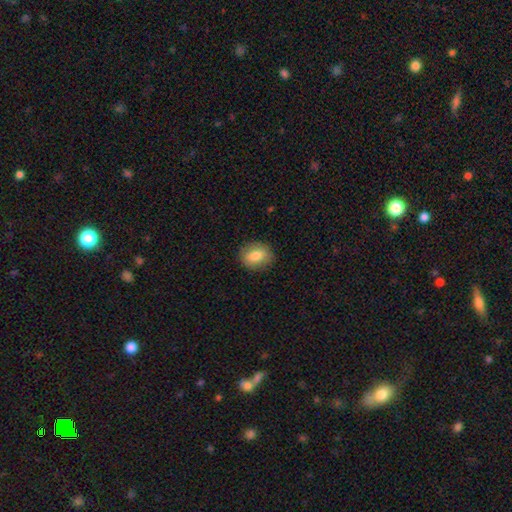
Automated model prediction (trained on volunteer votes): The model was most divided on "how rounded": round: 50%, in between: 49%, cigar-shaped: 1%. More confident: merging — none (87%); smooth or featured — smooth (80%).